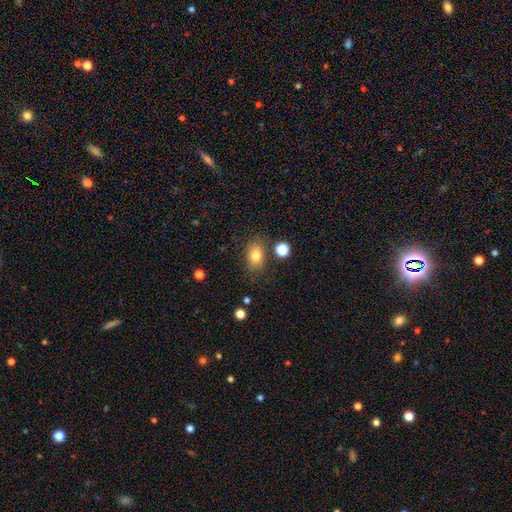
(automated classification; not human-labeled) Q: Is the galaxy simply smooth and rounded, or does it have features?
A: smooth — 79%.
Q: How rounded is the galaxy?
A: in between — 76%.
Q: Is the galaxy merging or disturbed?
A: none — 78%.